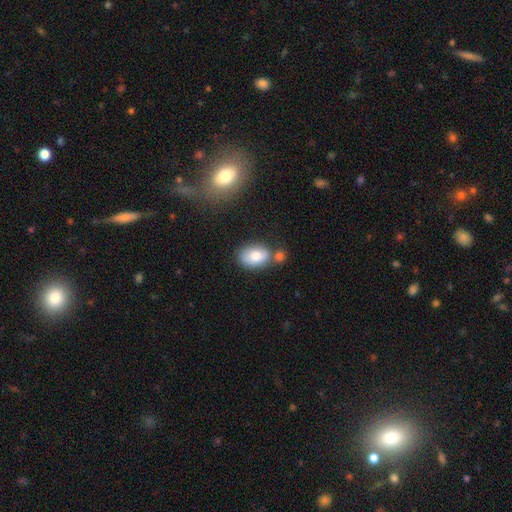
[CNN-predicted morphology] type=smooth (77%); roundness=in between (84%); merging=none (57%).